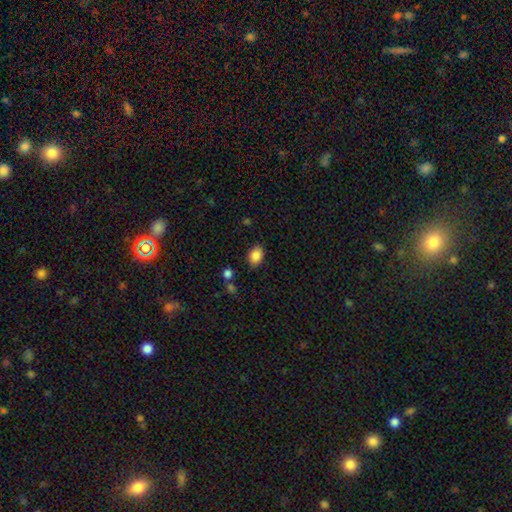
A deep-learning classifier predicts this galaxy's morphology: type=smooth (86%); roundness=in between (77%); merging=none (83%).